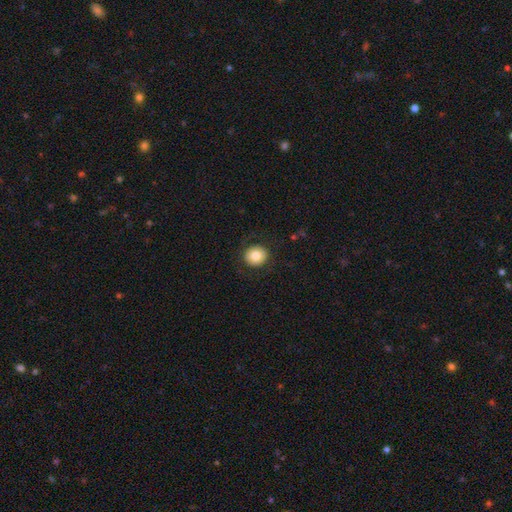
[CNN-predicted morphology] The model was most divided on "smooth or featured": smooth: 81%, featured or disk: 11%, star or artifact: 9%. More confident: how rounded — round (89%); merging — none (88%).